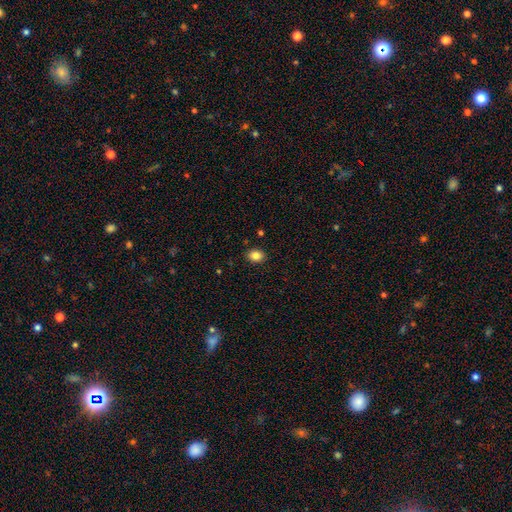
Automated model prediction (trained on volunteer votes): This is clearly a smooth galaxy (85%). How rounded: possibly in between (59%). Merging: clearly none (89%).